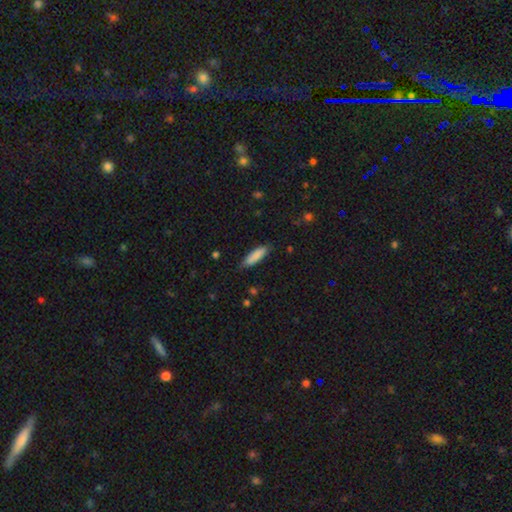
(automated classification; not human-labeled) smooth 86%, featured or disk 8%, star or artifact 6%. Down the decision tree: how rounded — cigar-shaped (60%); merging — none (80%).